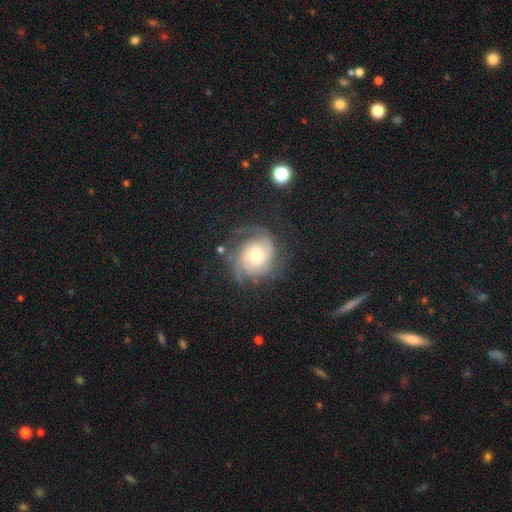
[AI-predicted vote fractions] The model was most divided on "spiral arm count": 2: 41%, 3: 22%, can't tell: 21%, 1: 6%, 4: 6%, more than 4: 5%. More confident: edge-on disk — no (98%); spiral arms — yes (96%); smooth or featured — featured or disk (83%); bar — no (77%); merging — none (71%); bulge size — moderate (65%); spiral winding — tight (64%).